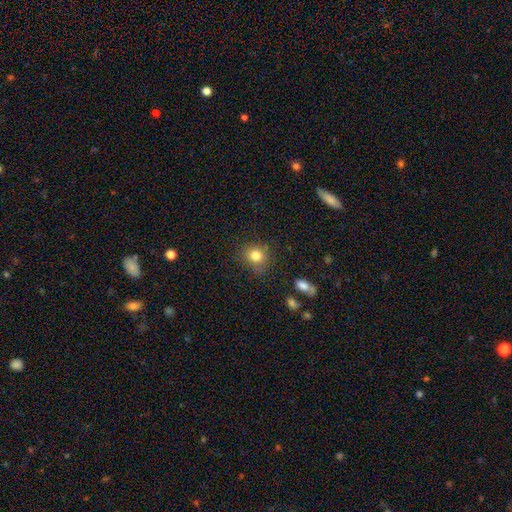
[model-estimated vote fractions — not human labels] A smooth galaxy with no disk features (82%) that is round (76%).

Vote fractions:
- Smooth or featured? smooth: 82% / star or artifact: 11% / featured or disk: 7%
- How rounded? round: 76% / in between: 23% / cigar-shaped: 1%
- Merging? none: 75% / minor disturbance: 17% / major disturbance: 5% / merger: 3%